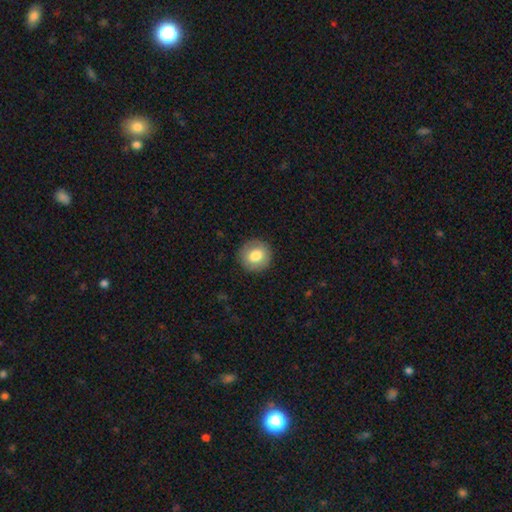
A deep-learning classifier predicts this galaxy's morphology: The model was most divided on "smooth or featured": smooth: 79%, featured or disk: 13%, star or artifact: 8%. More confident: how rounded — round (92%); merging — none (90%).